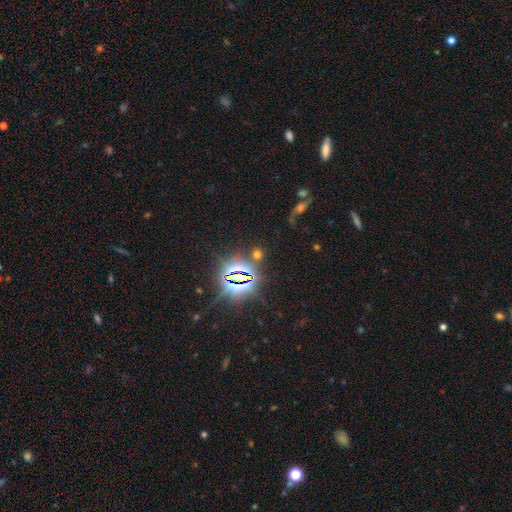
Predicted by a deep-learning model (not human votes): A star or artifact, not a galaxy (76%).